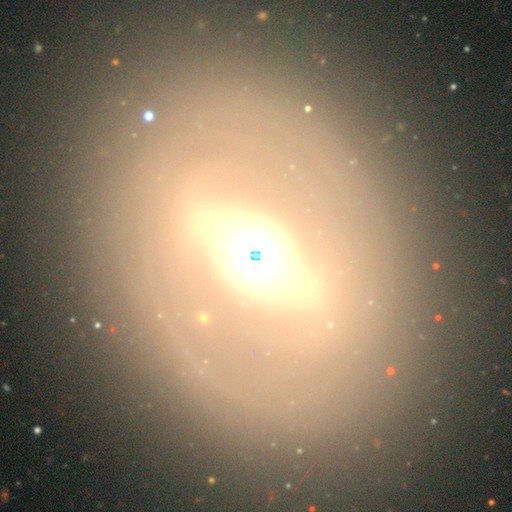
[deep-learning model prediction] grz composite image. It shows a featured or disk galaxy (70%) with a strong bar (57%), no spiral arms (70%) and a moderate central bulge (56%). Merging: none (78%).